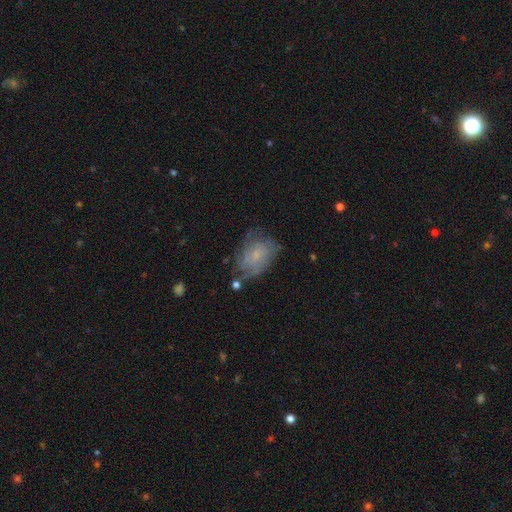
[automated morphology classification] A featured or disk galaxy (58%) with no bar (77%), spiral arms (76%) and a small central bulge (67%).

Vote fractions:
- Smooth or featured? featured or disk: 58% / smooth: 32% / star or artifact: 10%
- Edge-on disk? no: 97% / yes: 3%
- Bar? no: 77% / weak: 21% / strong: 3%
- Spiral arms? yes: 76% / no: 24%
- Bulge size? small: 67% / moderate: 18% / none: 13% / large: 2% / dominant: 1%
- Merging? none: 55% / minor disturbance: 26% / major disturbance: 16% / merger: 3%